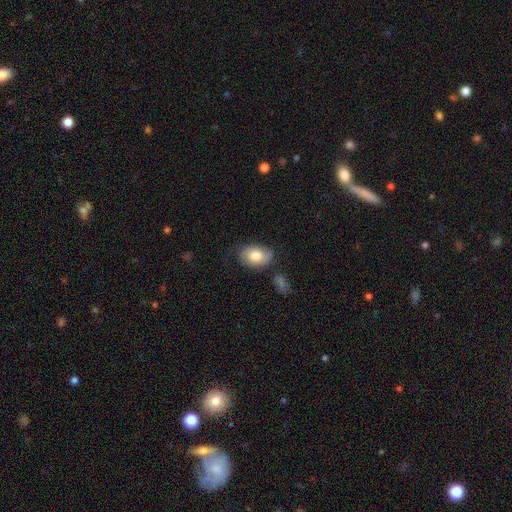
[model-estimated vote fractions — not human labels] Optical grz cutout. It shows a smooth galaxy with no disk features (76%) that is in between round and cigar-shaped (83%). Merging: none (69%).